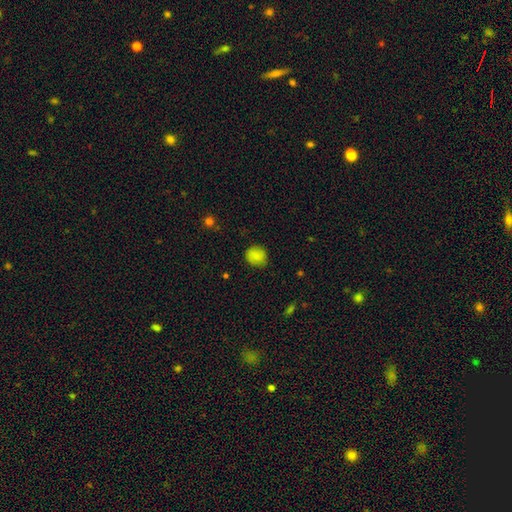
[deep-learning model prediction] A smooth galaxy with no disk features (84%) that is round (78%). Merging: none (81%).